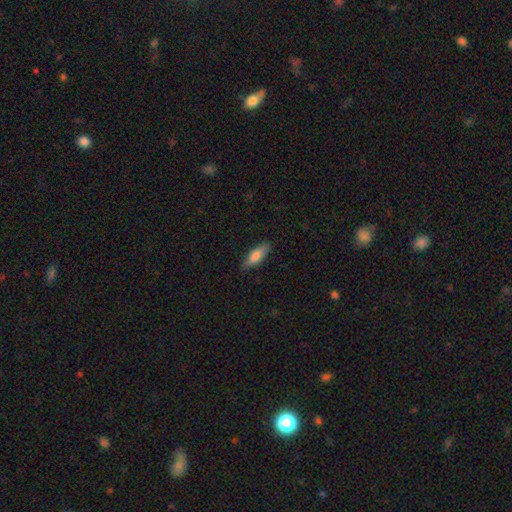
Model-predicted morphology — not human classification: A smooth galaxy with no disk features (75%) that is in between round and cigar-shaped (51%). Merging: none (85%).